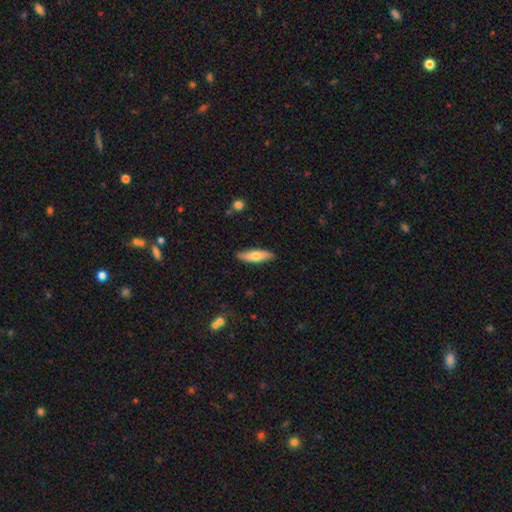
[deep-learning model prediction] Smooth or featured?
  - smooth: 67% *
  - featured or disk: 27%
  - star or artifact: 6%
How rounded?
  - cigar-shaped: 59% *
  - in between: 39%
  - round: 2%
Merging?
  - none: 87% *
  - minor disturbance: 10%
  - major disturbance: 2%
  - merger: 1%